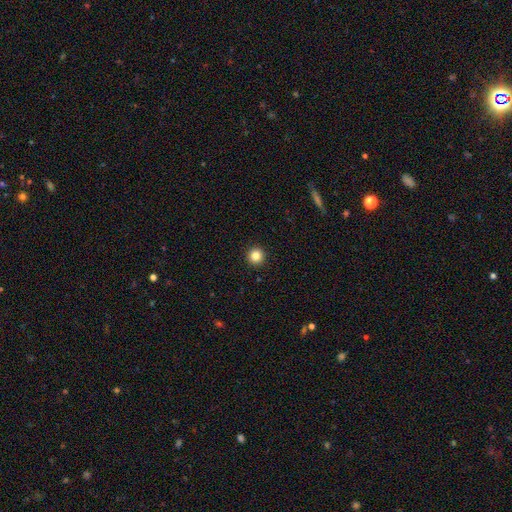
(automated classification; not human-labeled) Smooth or featured? Predicted: smooth (p=0.84). How rounded? Predicted: round (p=0.96). Merging? Predicted: none (p=0.94).